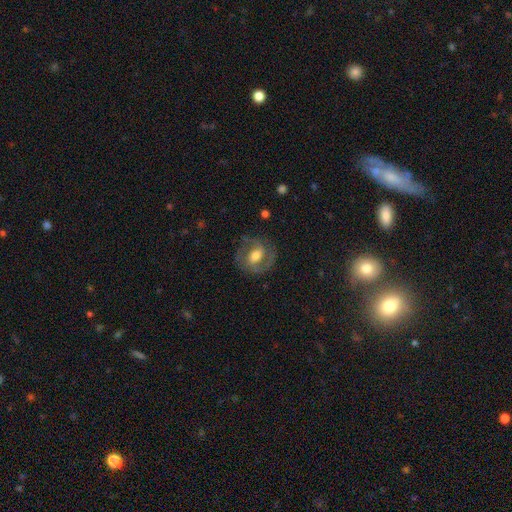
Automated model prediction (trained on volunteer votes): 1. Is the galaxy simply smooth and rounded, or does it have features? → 71% featured or disk, 22% smooth, 7% star or artifact.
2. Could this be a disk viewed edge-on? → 97% no, 3% yes.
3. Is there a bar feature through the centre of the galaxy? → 44% weak, 31% no, 25% strong.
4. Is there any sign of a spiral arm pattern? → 85% yes, 15% no.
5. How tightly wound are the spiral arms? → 51% medium, 34% tight, 15% loose.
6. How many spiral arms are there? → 86% 2, 7% can't tell, 4% 1, 2% 3, 1% 4, 1% more than 4.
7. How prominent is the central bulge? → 61% moderate, 18% large, 17% small, 2% none, 2% dominant.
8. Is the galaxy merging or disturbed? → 77% none, 14% minor disturbance, 8% major disturbance, 1% merger.